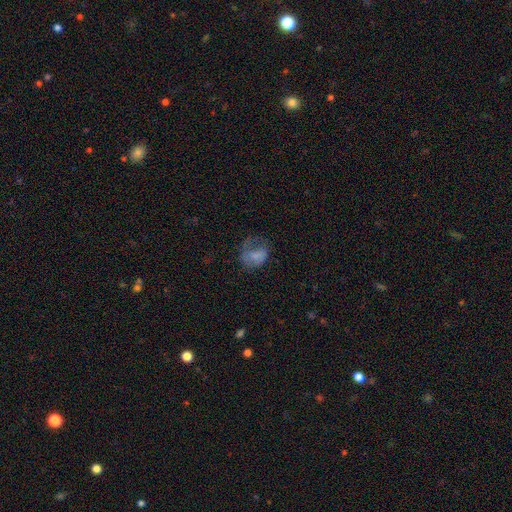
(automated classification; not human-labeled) Smooth or featured: smooth — 65% (featured or disk — 24%)
How rounded: in between — 59% (round — 40%)
Merging: major disturbance — 43% (none — 30%)